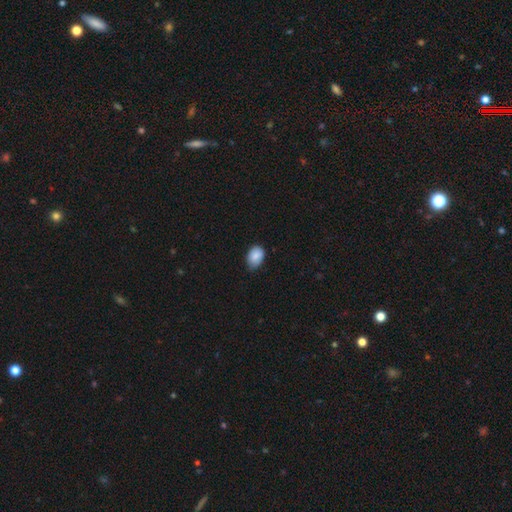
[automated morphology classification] smooth_or_featured: smooth (p=0.86) [alt: star or artifact p=0.08]
how_rounded: in between (p=0.73) [alt: round p=0.26]
merging: none (p=0.66) [alt: minor disturbance p=0.30]